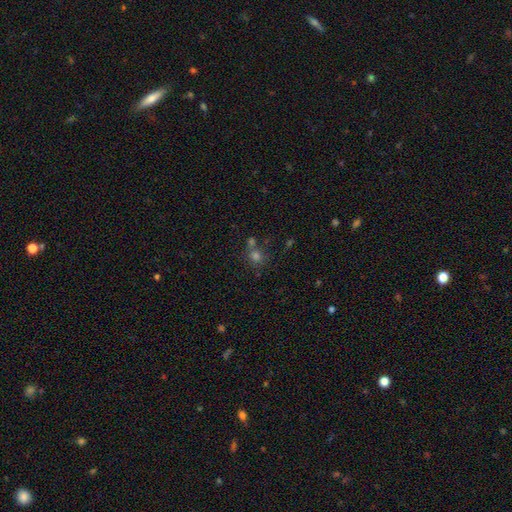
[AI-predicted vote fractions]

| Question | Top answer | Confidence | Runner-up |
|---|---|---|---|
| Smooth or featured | smooth | 66% | star or artifact (25%) |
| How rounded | round | 85% | in between (13%) |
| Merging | none | 61% | merger (27%) |